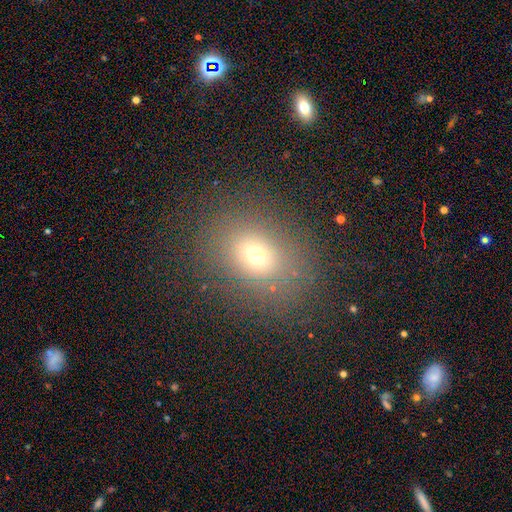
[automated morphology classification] Smooth or featured? Predicted: smooth (p=0.66). How rounded? Predicted: round (p=0.54). Merging? Predicted: none (p=0.78).